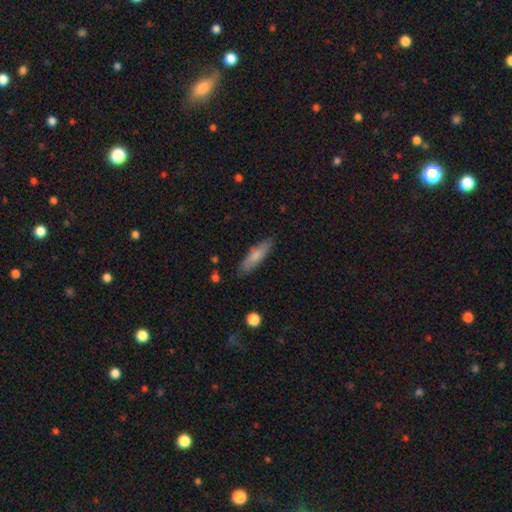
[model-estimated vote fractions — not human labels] Overall: smooth (75%). How rounded: cigar-shaped (64%; in between 35%). Merging: none (83%).